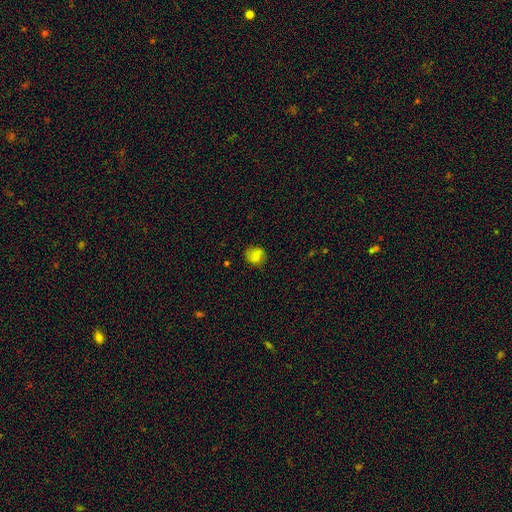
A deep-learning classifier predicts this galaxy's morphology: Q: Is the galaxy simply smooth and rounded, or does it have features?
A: smooth — 77%.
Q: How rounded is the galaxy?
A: round — 78%.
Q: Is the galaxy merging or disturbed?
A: none — 78%.